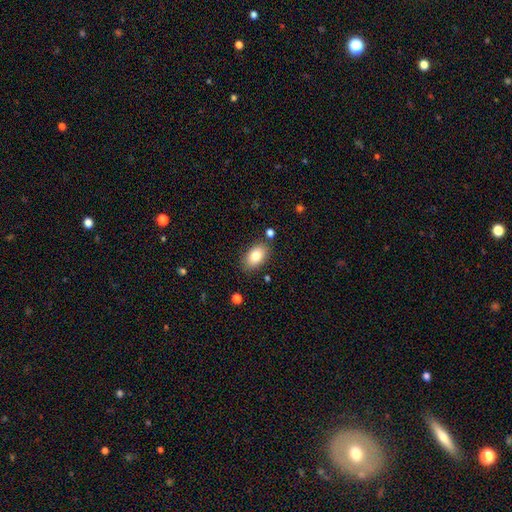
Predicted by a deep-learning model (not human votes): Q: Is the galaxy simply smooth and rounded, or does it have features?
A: smooth — 82%.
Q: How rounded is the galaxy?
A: in between — 91%.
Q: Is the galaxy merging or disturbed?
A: none — 82%.